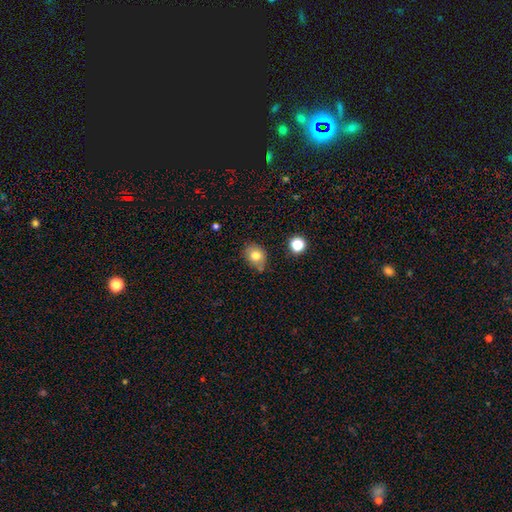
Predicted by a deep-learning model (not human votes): smooth 79%, featured or disk 11%, star or artifact 11%. Down the decision tree: how rounded — round (53%); merging — none (67%).